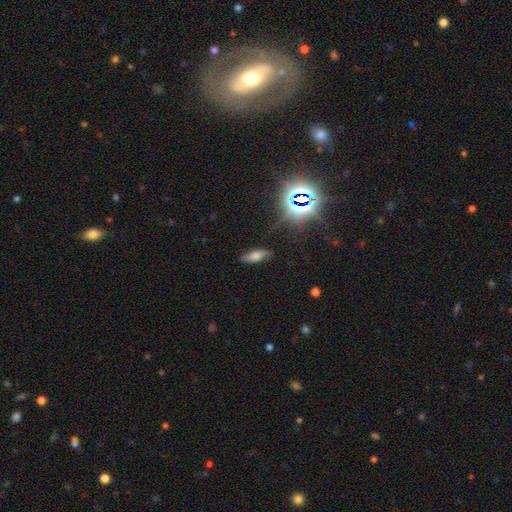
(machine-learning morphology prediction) type=smooth (55%); roundness=in between (60%); merging=none (80%).